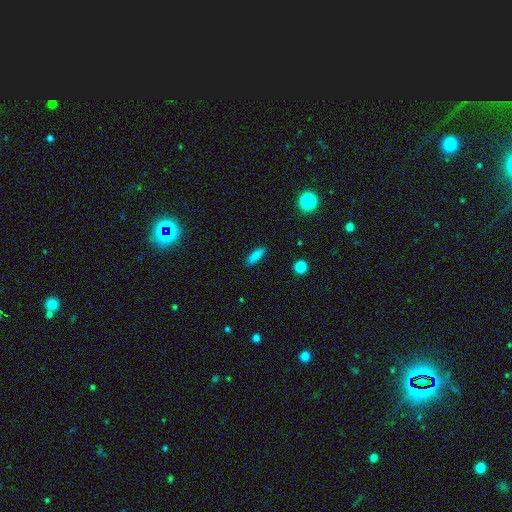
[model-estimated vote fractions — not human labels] Smooth or featured?
  - smooth: 85% *
  - star or artifact: 9%
  - featured or disk: 6%
How rounded?
  - cigar-shaped: 53% *
  - in between: 45%
  - round: 2%
Merging?
  - none: 88% *
  - minor disturbance: 8%
  - major disturbance: 2%
  - merger: 1%